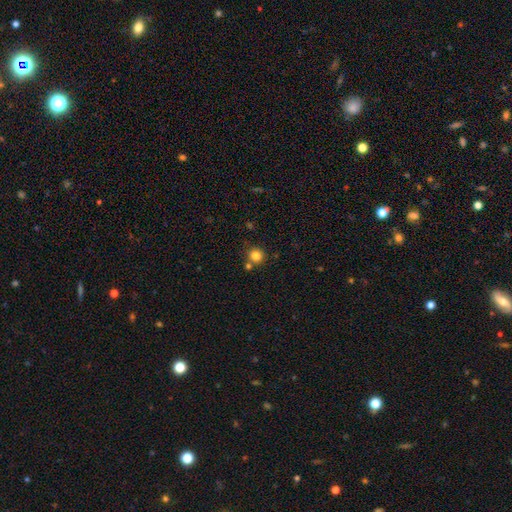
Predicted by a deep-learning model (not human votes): The model was most divided on "merging": none: 75%, merger: 14%, minor disturbance: 8%, major disturbance: 3%. More confident: how rounded — round (91%); smooth or featured — smooth (84%).